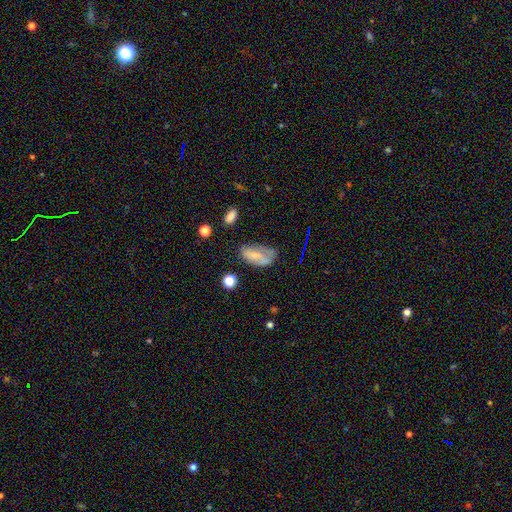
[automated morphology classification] Smooth or featured: smooth — 57% (featured or disk — 33%)
How rounded: in between — 89% (cigar-shaped — 7%)
Merging: none — 44% (minor disturbance — 32%)